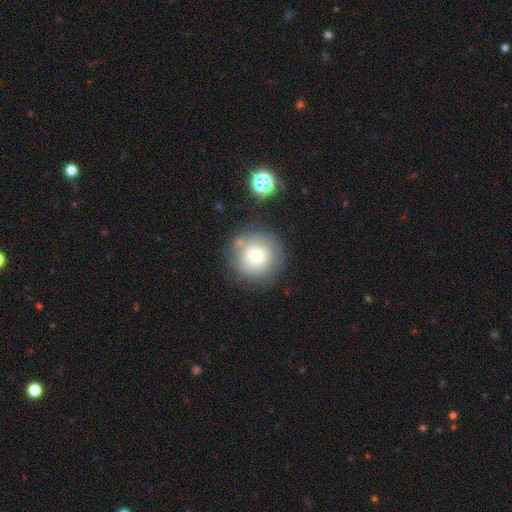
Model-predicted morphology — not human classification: Q: Smooth or featured?
A: smooth (66%); runner-up: featured or disk (21%)
Q: How rounded?
A: round (94%); runner-up: in between (5%)
Q: Merging?
A: none (75%); runner-up: minor disturbance (13%)